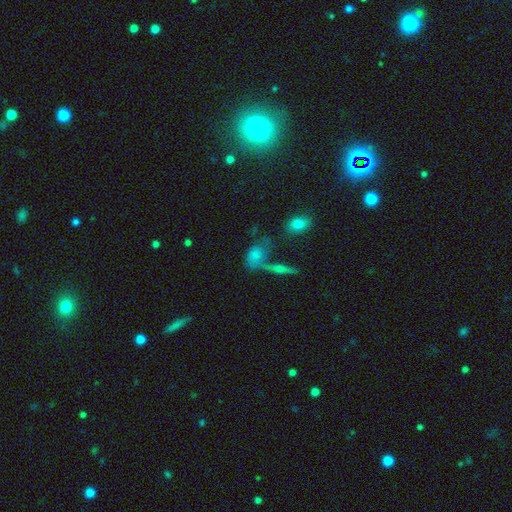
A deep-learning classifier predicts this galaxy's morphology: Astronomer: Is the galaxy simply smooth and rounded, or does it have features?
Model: smooth — 68%.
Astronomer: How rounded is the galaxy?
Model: in between — 79%.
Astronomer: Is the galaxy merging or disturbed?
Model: none — 41% (runner-up: merger, 27%).